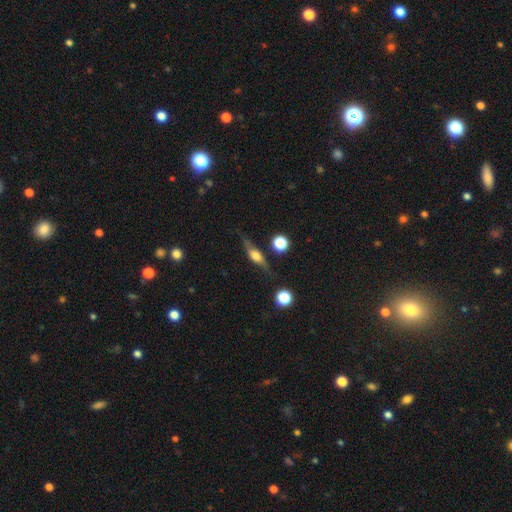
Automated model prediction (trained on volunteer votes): Morphology: type=featured or disk (60%); edge-on=yes (89%); edge-on bulge=rounded (87%); merging=none (72%).